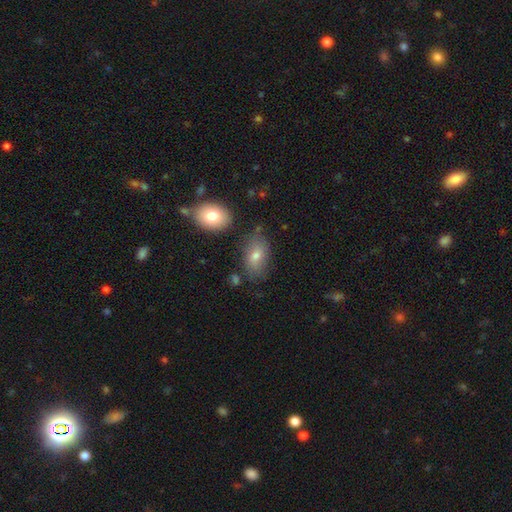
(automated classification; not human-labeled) smooth-or-featured: smooth: 72% | featured or disk: 17% | star or artifact: 11%
  how-rounded: in between: 89% | round: 9% | cigar-shaped: 2%
  merging: none: 73% | minor disturbance: 16% | merger: 6% | major disturbance: 5%